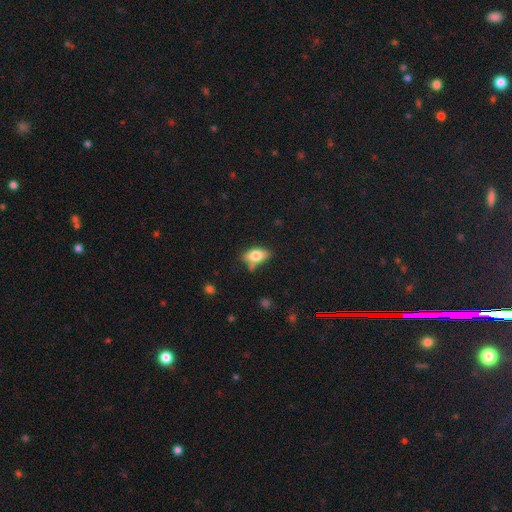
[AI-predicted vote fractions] Overall: smooth (74%). How rounded: in between (88%). Merging: none (61%; minor disturbance 22%).